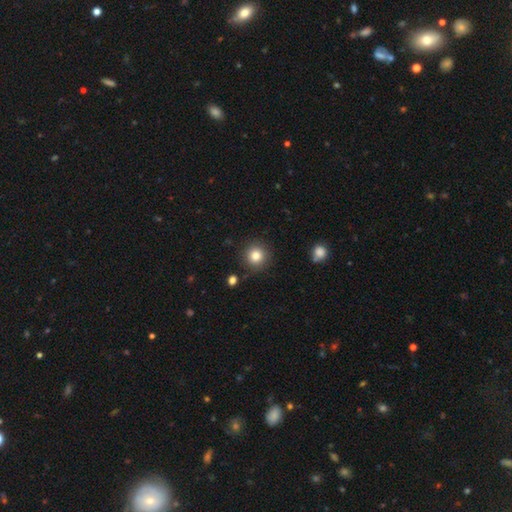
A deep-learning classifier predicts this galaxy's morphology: Overall: smooth (83%). How rounded: round (94%). Merging: none (89%).